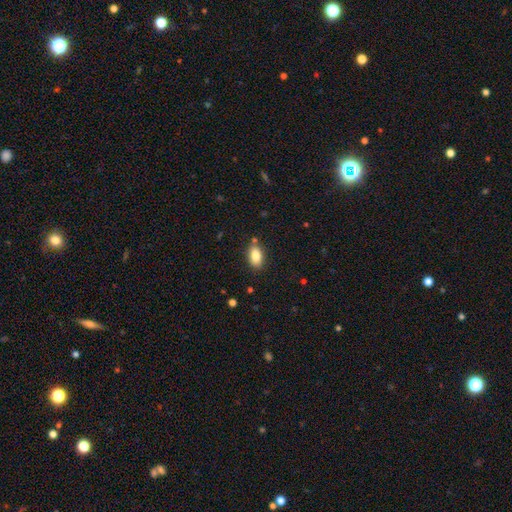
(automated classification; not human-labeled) Q: Smooth or featured?
A: smooth (83%); runner-up: featured or disk (9%)
Q: How rounded?
A: in between (90%); runner-up: round (7%)
Q: Merging?
A: none (81%); runner-up: minor disturbance (13%)